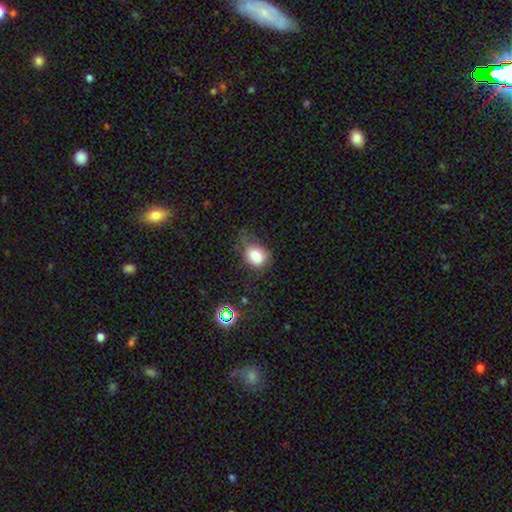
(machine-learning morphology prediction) Smooth or featured? smooth (79%)
How rounded? in between (59%)
Merging? none (41%)